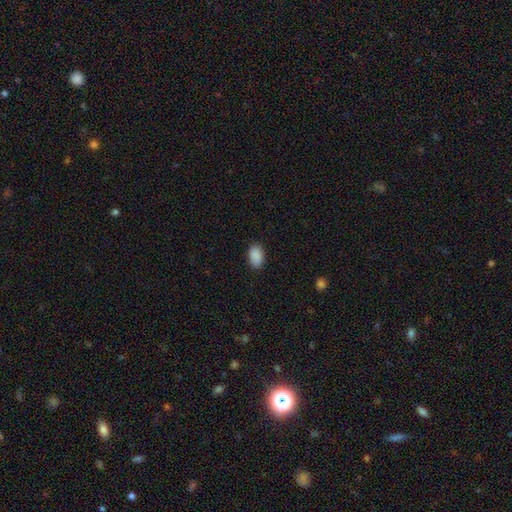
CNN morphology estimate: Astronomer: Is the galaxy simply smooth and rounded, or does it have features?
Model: smooth — 90%.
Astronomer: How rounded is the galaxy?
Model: in between — 91%.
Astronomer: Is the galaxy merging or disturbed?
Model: none — 86%.